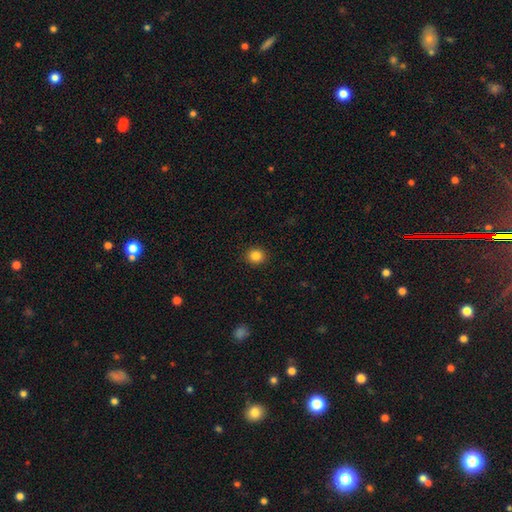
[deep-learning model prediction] The model was most divided on "how rounded": round: 83%, in between: 16%, cigar-shaped: 1%. More confident: merging — none (92%); smooth or featured — smooth (85%).